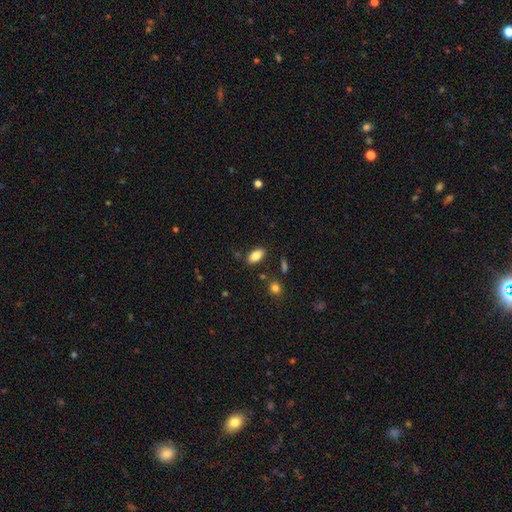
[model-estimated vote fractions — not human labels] Smooth or featured? Predicted: smooth (p=0.85). How rounded? Predicted: in between (p=0.92). Merging? Predicted: none (p=0.83).